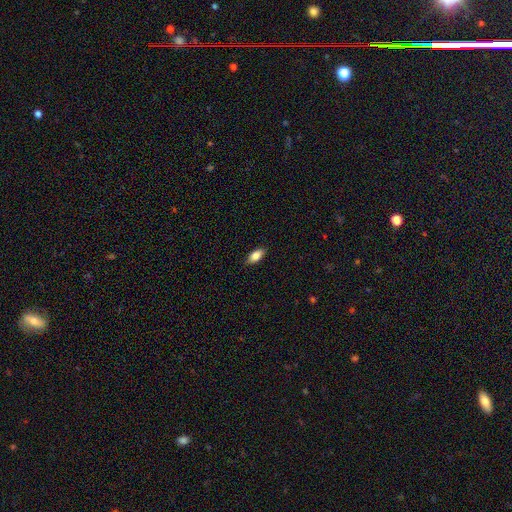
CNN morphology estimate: smooth 83%, featured or disk 10%, star or artifact 7%. Down the decision tree: how rounded — in between (87%); merging — none (87%).